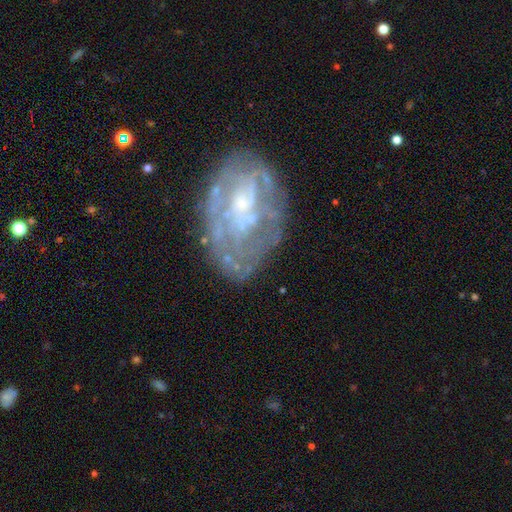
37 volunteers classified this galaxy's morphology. Smooth or featured? featured or disk (89%)
Edge-on disk? no (100%)
Bar? no (85%)
Spiral arms? yes (55%)
Spiral winding? medium (44%)
Spiral arm count? can't tell (78%)
Bulge size? small (42%)
Merging? none (54%)